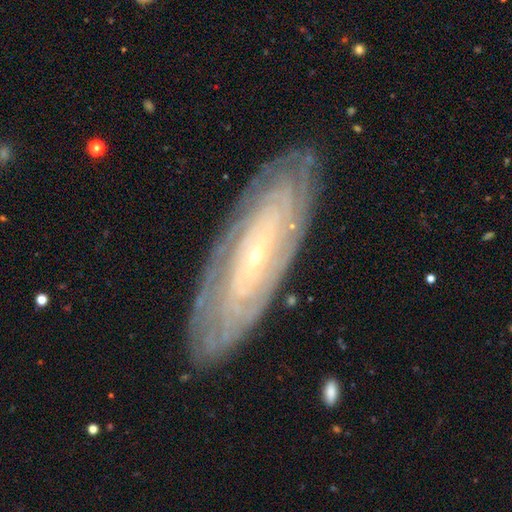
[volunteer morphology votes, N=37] Smooth or featured?
  - featured or disk: 86% *
  - smooth: 11%
  - star or artifact: 3%
Edge-on disk?
  - no: 81% *
  - yes: 19%
Bar?
  - no: 69% *
  - weak: 23%
  - strong: 8%
Spiral arms?
  - yes: 96% *
  - no: 4%
Spiral winding?
  - tight: 72% *
  - medium: 24%
  - loose: 4%
Spiral arm count?
  - can't tell: 52% *
  - more than 4: 24%
  - 2: 8%
  - 3: 8%
  - 4: 8%
  - 1: 0%
Bulge size?
  - small: 92% *
  - moderate: 4%
  - none: 4%
  - dominant: 0%
  - large: 0%
Merging?
  - none: 89% *
  - minor disturbance: 6%
  - major disturbance: 3%
  - merger: 3%